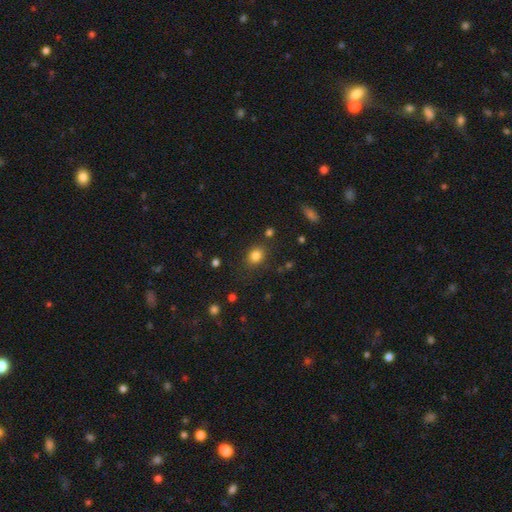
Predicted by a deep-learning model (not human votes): Smooth or featured? Predicted: smooth (p=0.81). How rounded? Predicted: round (p=0.58). Merging? Predicted: none (p=0.81).